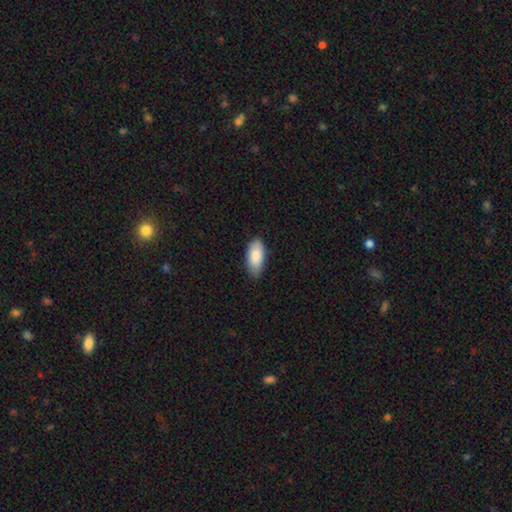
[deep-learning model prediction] Q: Smooth or featured?
A: smooth (87%); runner-up: featured or disk (7%)
Q: How rounded?
A: in between (91%); runner-up: cigar-shaped (8%)
Q: Merging?
A: none (78%); runner-up: minor disturbance (19%)